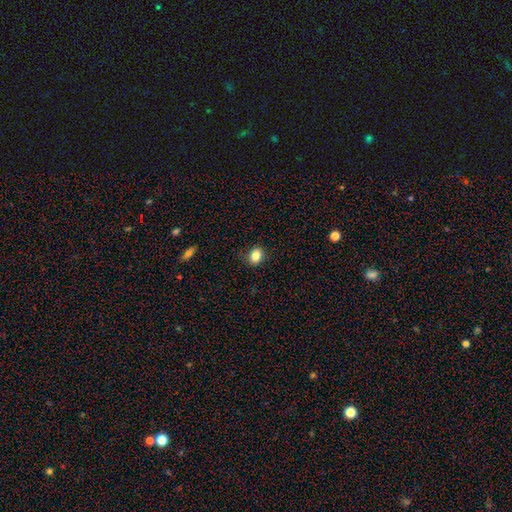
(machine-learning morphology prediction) Smooth or featured? smooth (84%)
How rounded? round (50%)
Merging? none (83%)